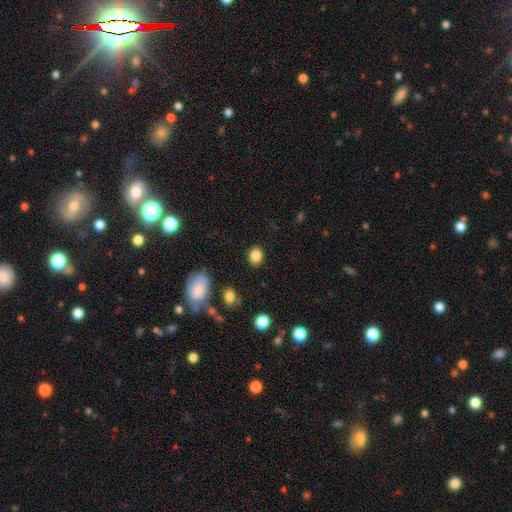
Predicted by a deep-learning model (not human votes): A smooth galaxy with no disk features (85%) that is round (54%). Merging: none (88%).